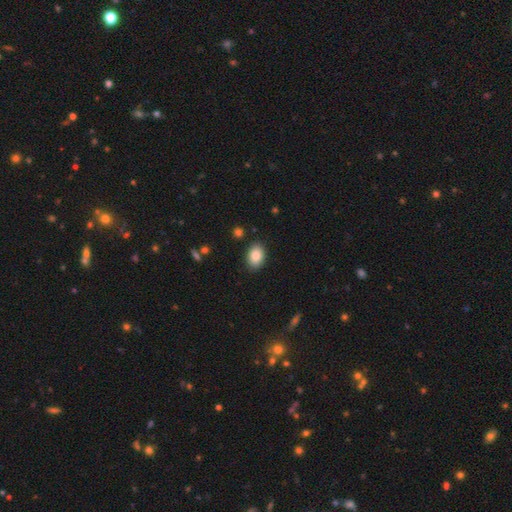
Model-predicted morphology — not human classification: Smooth or featured: smooth — 86% (star or artifact — 8%)
How rounded: in between — 85% (round — 14%)
Merging: none — 87% (minor disturbance — 9%)